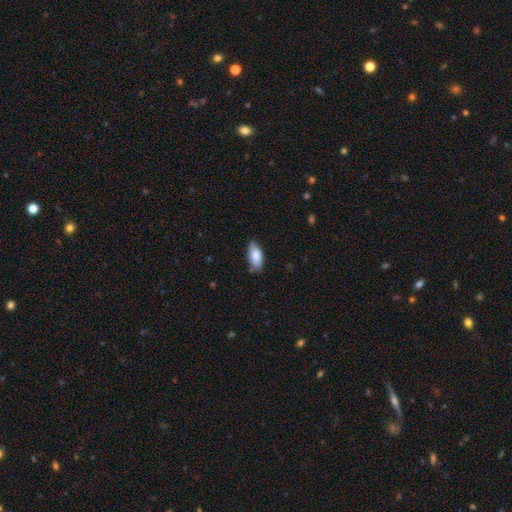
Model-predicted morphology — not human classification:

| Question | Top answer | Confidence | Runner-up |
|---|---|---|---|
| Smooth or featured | smooth | 83% | featured or disk (11%) |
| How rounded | in between | 89% | cigar-shaped (9%) |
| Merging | none | 75% | minor disturbance (20%) |